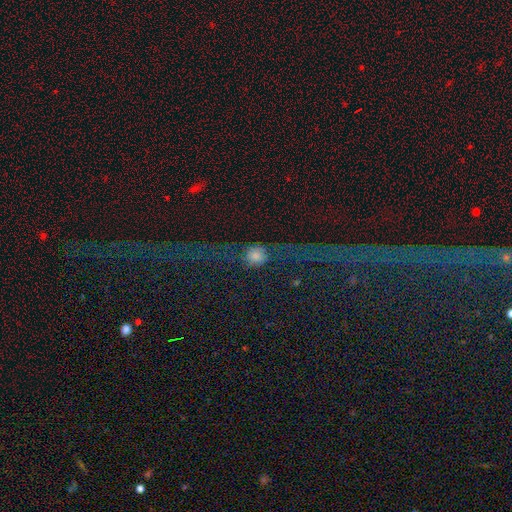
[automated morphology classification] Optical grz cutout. It shows a smooth galaxy with no disk features (62%) that is round (77%). Merging: none (45%).